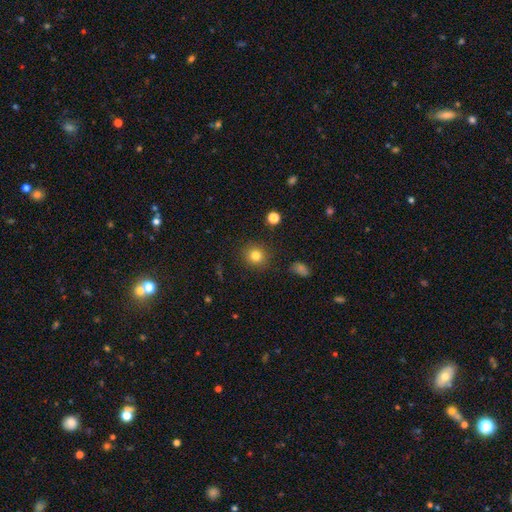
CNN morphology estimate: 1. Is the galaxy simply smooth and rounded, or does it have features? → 81% smooth, 12% star or artifact, 7% featured or disk.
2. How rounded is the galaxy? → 88% round, 11% in between, 1% cigar-shaped.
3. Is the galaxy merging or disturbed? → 88% none, 8% minor disturbance, 3% major disturbance, 2% merger.